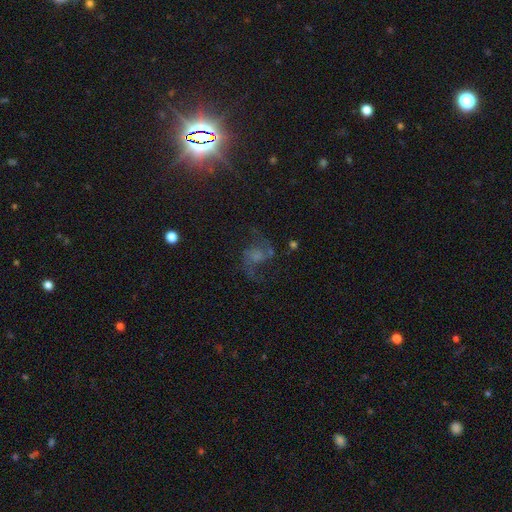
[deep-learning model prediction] A featured or disk galaxy (68%) with no bar (62%), 2 (88%) loose (61%) spiral arms (91%) and no central bulge (39%). Merging: none (61%).